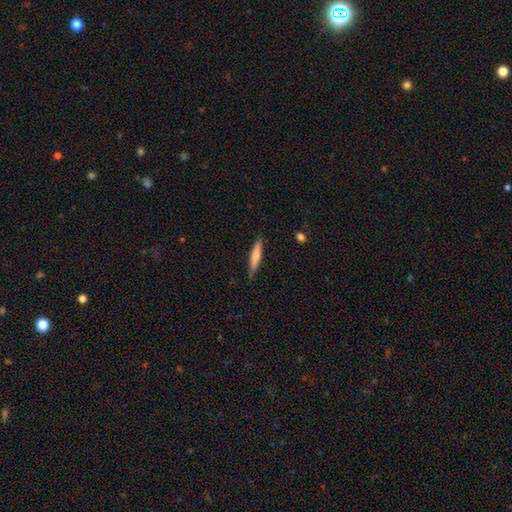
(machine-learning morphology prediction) A smooth galaxy with no disk features (73%) that is cigar-shaped (90%).

Vote fractions:
- Smooth or featured? smooth: 73% / featured or disk: 22% / star or artifact: 6%
- How rounded? cigar-shaped: 90% / in between: 9% / round: 1%
- Merging? none: 84% / minor disturbance: 13% / major disturbance: 2% / merger: 1%